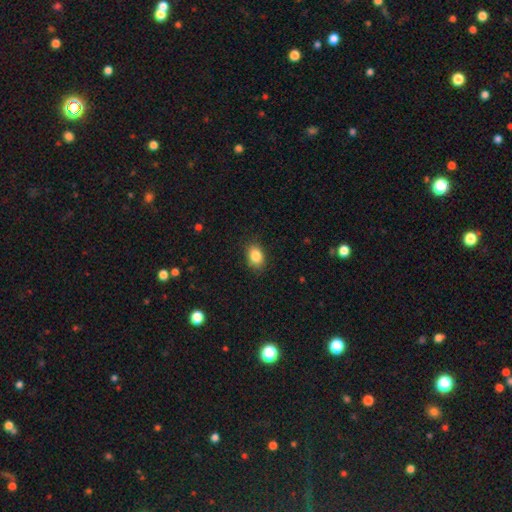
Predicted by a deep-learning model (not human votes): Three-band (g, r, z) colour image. It shows a smooth galaxy with no disk features (85%) that is in between round and cigar-shaped (82%). Merging: none (84%).